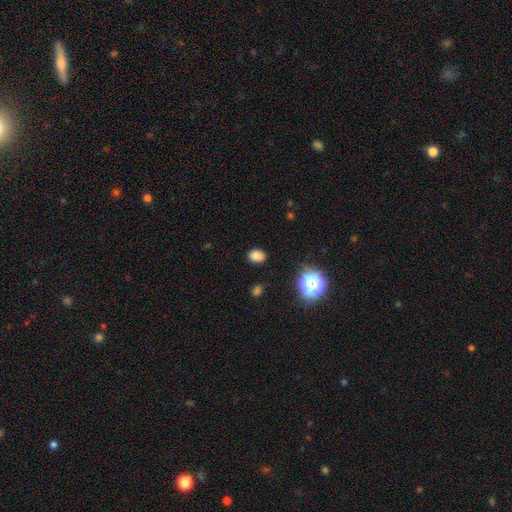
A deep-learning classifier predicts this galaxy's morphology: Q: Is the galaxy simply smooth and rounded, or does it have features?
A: smooth — 79%.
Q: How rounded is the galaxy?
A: in between — 58%.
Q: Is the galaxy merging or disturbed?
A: none — 85%.